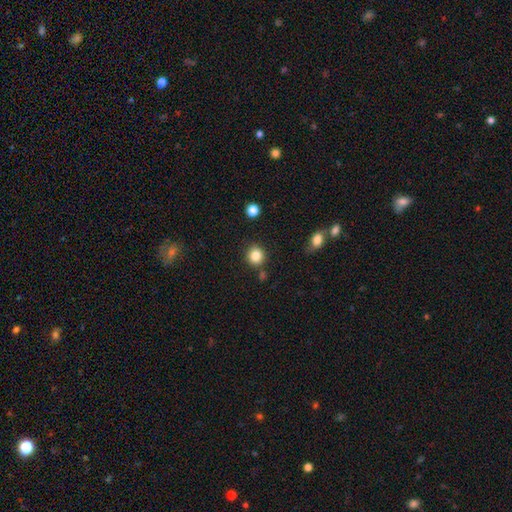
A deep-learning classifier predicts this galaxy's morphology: Overall: smooth (85%). How rounded: round (89%). Merging: none (84%).